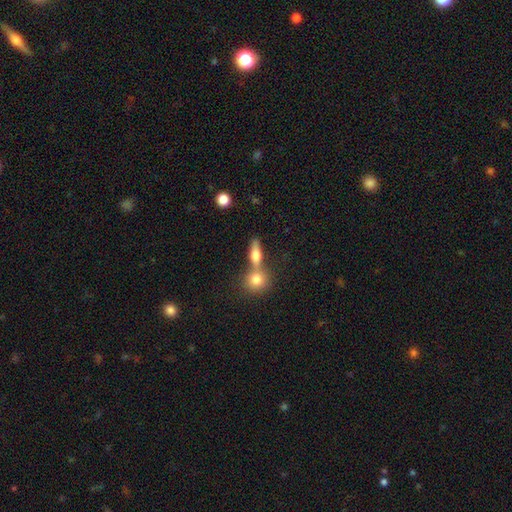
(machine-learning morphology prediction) Overall: smooth (63%; featured or disk 28%). How rounded: in between (50%; cigar-shaped 31%). Merging: none (49%; merger 37%).